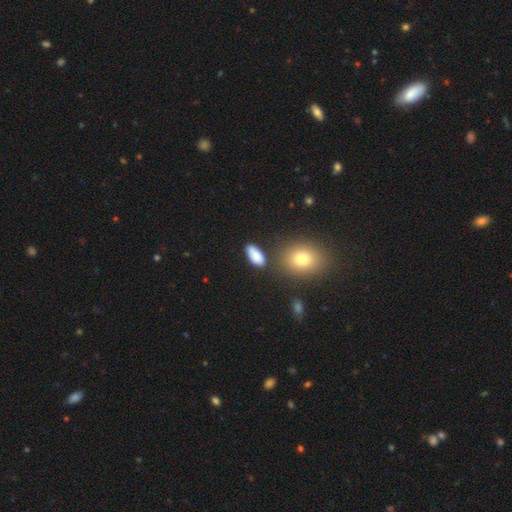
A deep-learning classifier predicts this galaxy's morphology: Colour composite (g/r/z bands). It shows a smooth galaxy with no disk features (86%) that is in between round and cigar-shaped (85%). Merging: none (75%).